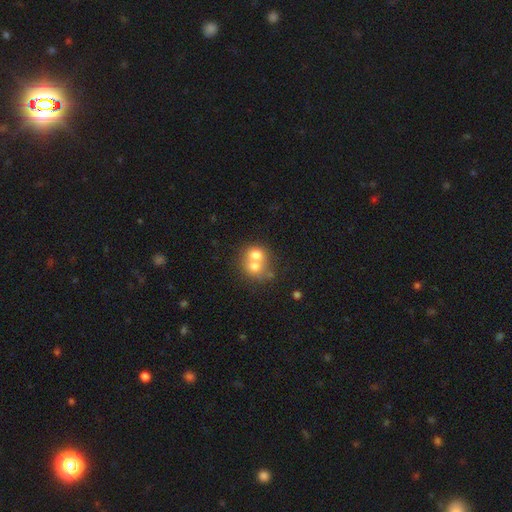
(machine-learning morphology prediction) type=smooth (66%); roundness=round (72%); merging=merger (68%).